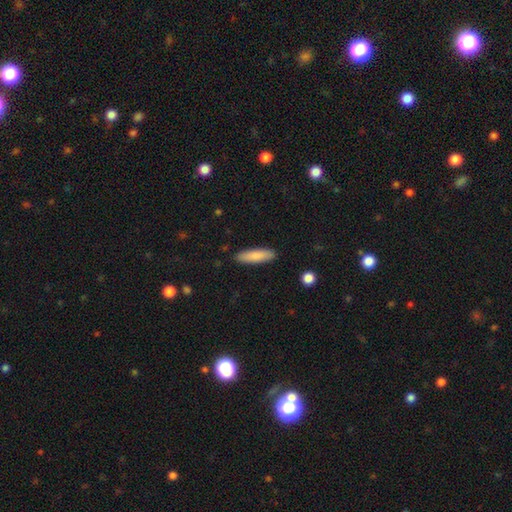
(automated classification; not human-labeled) Morphology: type=smooth (83%); roundness=cigar-shaped (67%); merging=none (89%).